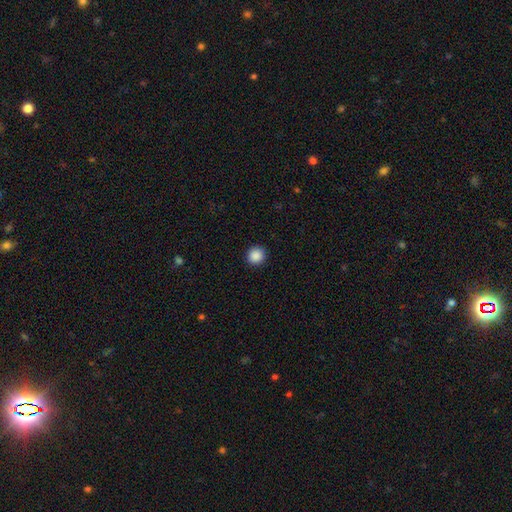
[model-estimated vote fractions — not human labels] The model was most divided on "smooth or featured": smooth: 88%, star or artifact: 9%, featured or disk: 2%. More confident: how rounded — round (94%); merging — none (92%).